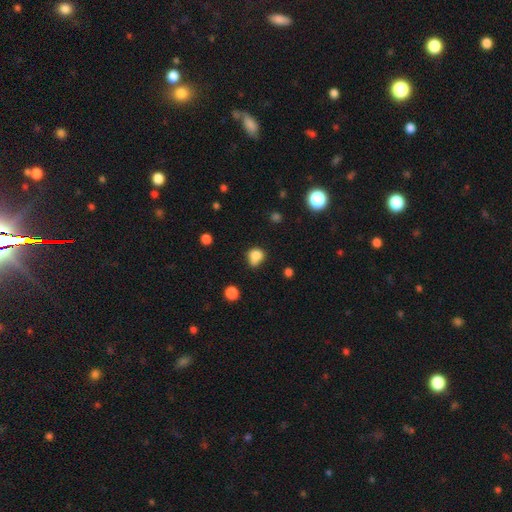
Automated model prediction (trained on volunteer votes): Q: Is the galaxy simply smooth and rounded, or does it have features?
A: smooth — 79%.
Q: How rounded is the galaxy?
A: round — 61%.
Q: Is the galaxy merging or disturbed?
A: none — 42%.